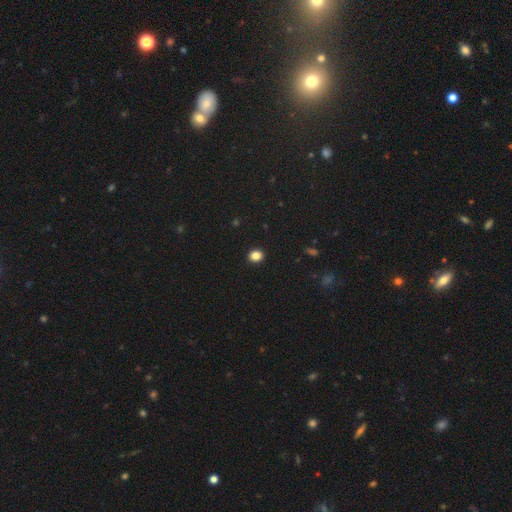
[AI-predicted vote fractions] A smooth galaxy with no disk features (85%) that is round (67%).

Vote fractions:
- Smooth or featured? smooth: 85% / star or artifact: 11% / featured or disk: 4%
- How rounded? round: 67% / in between: 32% / cigar-shaped: 1%
- Merging? none: 92% / minor disturbance: 5% / major disturbance: 2% / merger: 1%